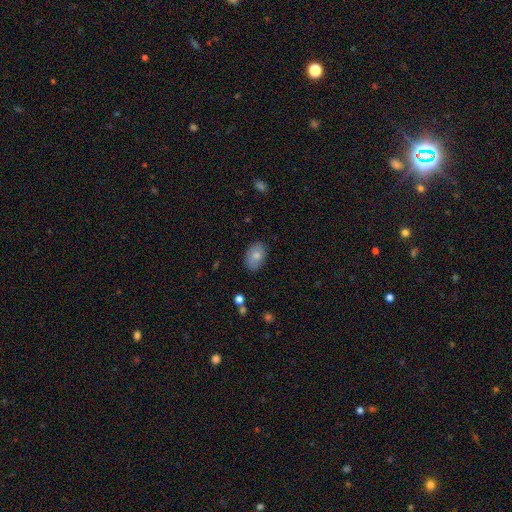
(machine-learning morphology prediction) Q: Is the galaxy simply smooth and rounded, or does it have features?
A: smooth — 77%.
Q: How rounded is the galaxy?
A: in between — 87%.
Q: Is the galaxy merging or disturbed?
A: none — 80%.